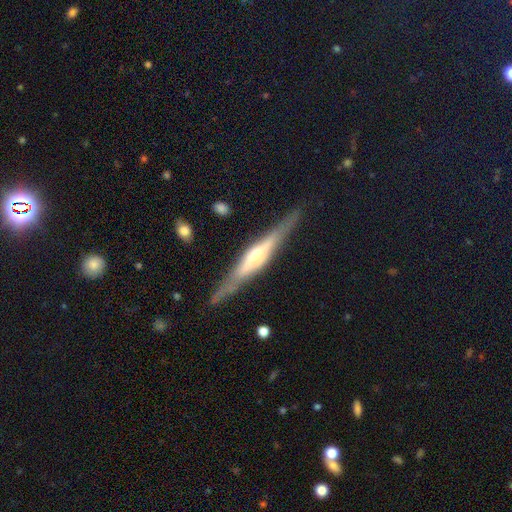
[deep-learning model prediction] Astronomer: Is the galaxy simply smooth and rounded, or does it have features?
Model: featured or disk — 78%.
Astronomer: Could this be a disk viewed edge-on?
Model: yes — 97%.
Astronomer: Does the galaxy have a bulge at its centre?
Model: rounded — 63%.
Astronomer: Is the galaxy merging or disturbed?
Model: none — 85%.